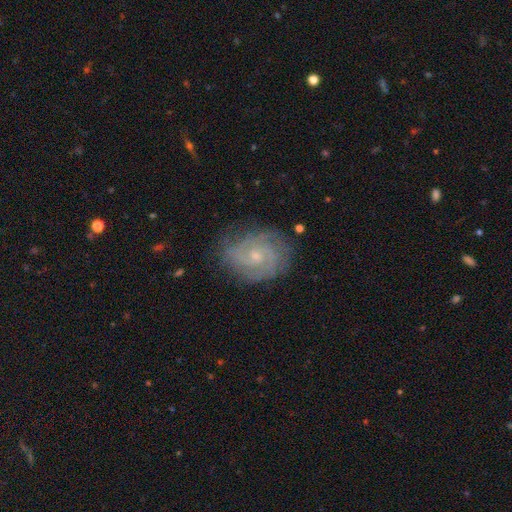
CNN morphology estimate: A featured or disk galaxy (83%) with no bar (69%), 2 (40%) tight (61%) spiral arms (96%) and a small central bulge (67%). Merging: none (77%).